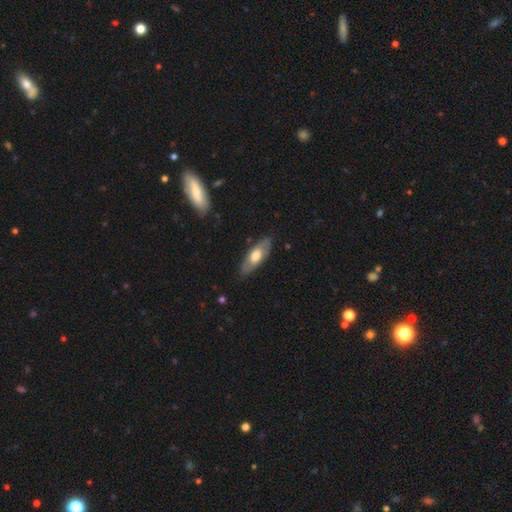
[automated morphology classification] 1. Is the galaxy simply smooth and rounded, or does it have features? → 58% smooth, 37% featured or disk, 5% star or artifact.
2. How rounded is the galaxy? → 69% in between, 29% cigar-shaped, 2% round.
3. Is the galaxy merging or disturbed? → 84% none, 12% minor disturbance, 2% major disturbance, 1% merger.